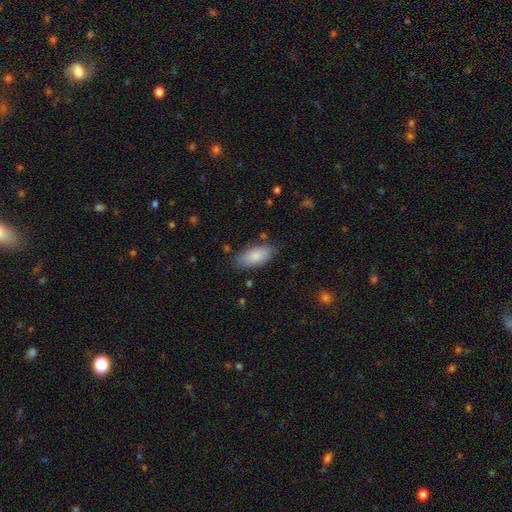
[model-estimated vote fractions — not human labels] Smooth or featured? smooth (86%)
How rounded? in between (88%)
Merging? none (81%)